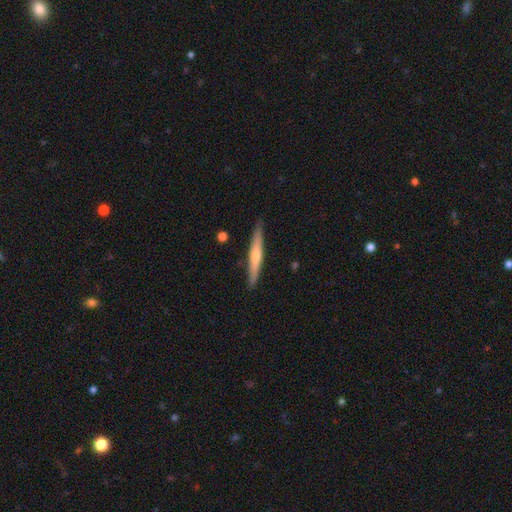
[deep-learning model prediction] This appears to be a featured or disk galaxy (53%) viewed edge-on (96%) with a rounded central bulge (68%). Merging: none (89%).